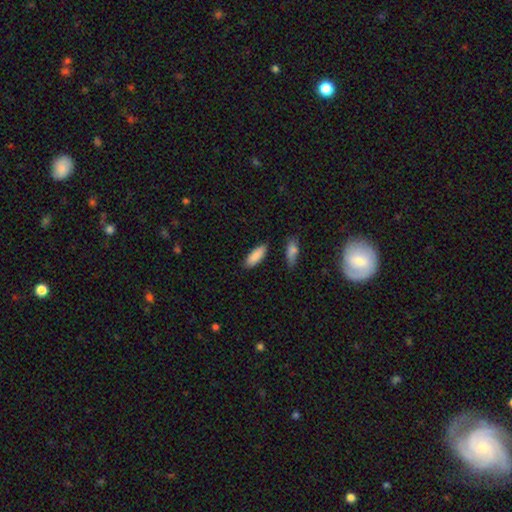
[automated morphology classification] A smooth galaxy with no disk features (88%) that is in between round and cigar-shaped (71%).

Vote fractions:
- Smooth or featured? smooth: 88% / star or artifact: 6% / featured or disk: 6%
- How rounded? in between: 71% / cigar-shaped: 27% / round: 2%
- Merging? none: 82% / minor disturbance: 11% / merger: 4% / major disturbance: 3%